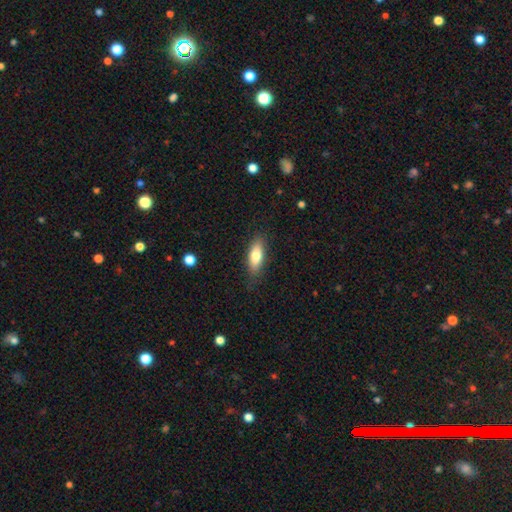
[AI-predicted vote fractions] Smooth or featured? Predicted: smooth (p=0.76). How rounded? Predicted: in between (p=0.66). Merging? Predicted: none (p=0.82).